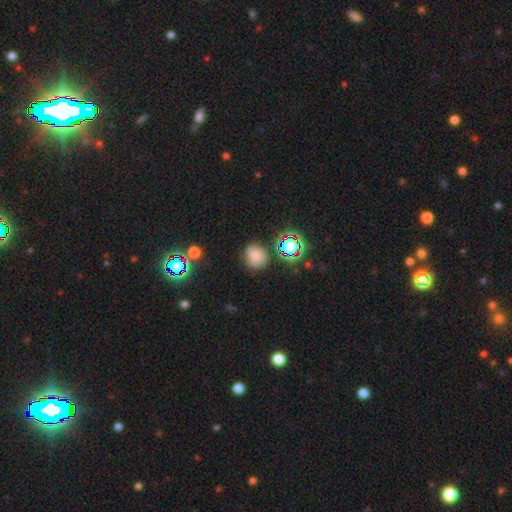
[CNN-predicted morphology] smooth_or_featured: smooth (p=0.64) [alt: star or artifact p=0.23]
how_rounded: round (p=0.79) [alt: in between p=0.20]
merging: none (p=0.74) [alt: minor disturbance p=0.17]